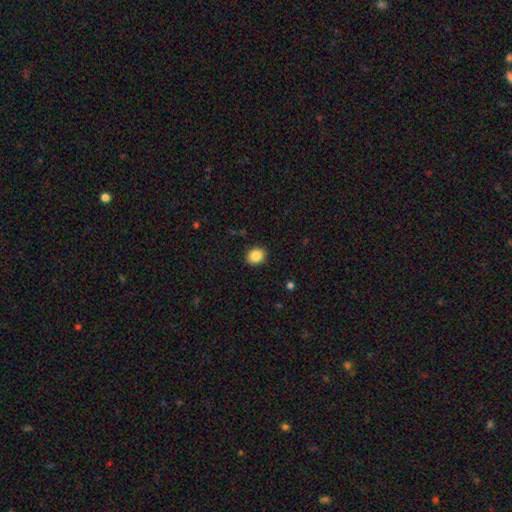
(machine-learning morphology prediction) smooth-or-featured: smooth: 87% | star or artifact: 9% | featured or disk: 4%
  how-rounded: round: 60% | in between: 39% | cigar-shaped: 1%
  merging: none: 90% | minor disturbance: 7% | major disturbance: 2% | merger: 1%